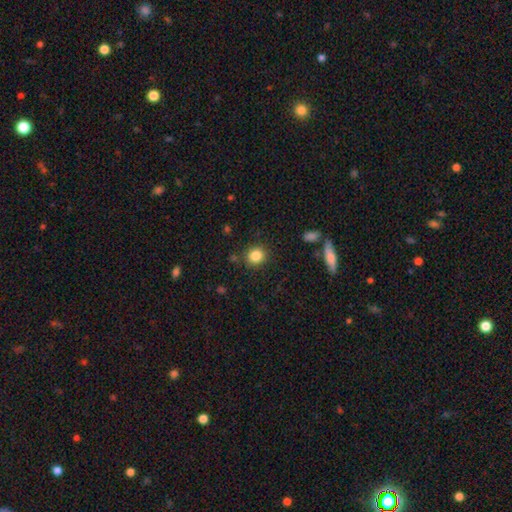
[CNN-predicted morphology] type=smooth (85%); roundness=round (77%); merging=none (86%).